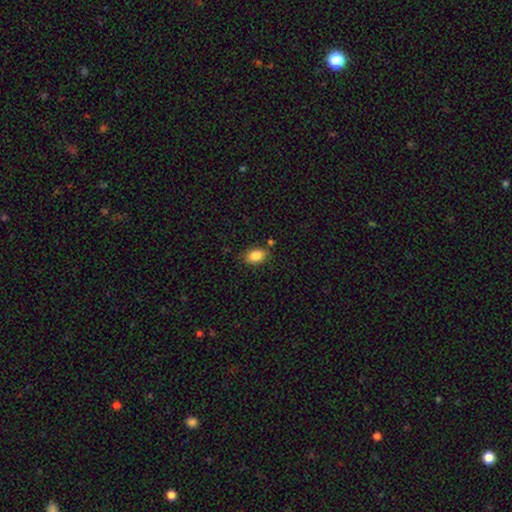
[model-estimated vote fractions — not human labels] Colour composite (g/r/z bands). It shows a smooth galaxy with no disk features (87%) that is in between round and cigar-shaped (87%). Merging: none (80%).